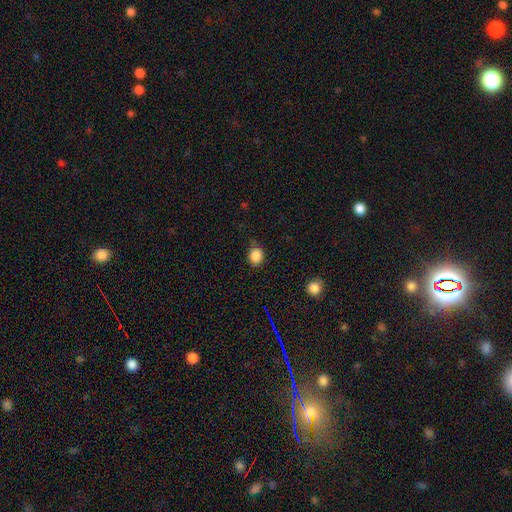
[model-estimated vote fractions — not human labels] Smooth or featured? Predicted: smooth (p=0.86). How rounded? Predicted: round (p=0.68). Merging? Predicted: none (p=0.77).